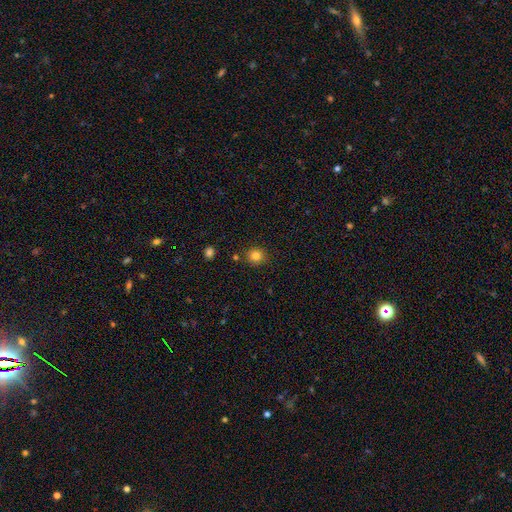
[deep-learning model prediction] Overall: smooth (82%). How rounded: round (90%). Merging: none (87%).